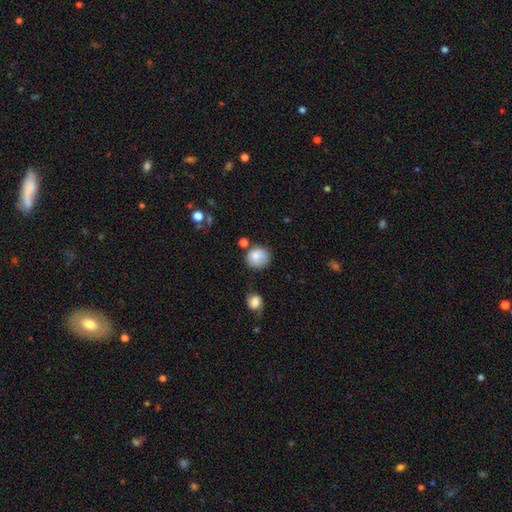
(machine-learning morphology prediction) A smooth galaxy with no disk features (79%) that is round (80%). Merging: none (65%).